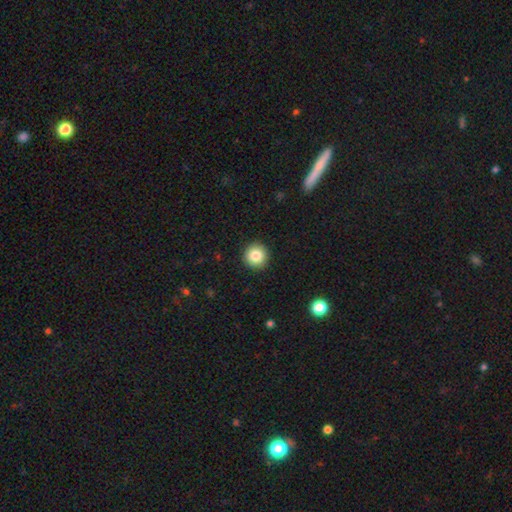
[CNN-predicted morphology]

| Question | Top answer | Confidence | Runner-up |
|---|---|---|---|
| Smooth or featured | smooth | 85% | star or artifact (9%) |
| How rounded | round | 95% | in between (4%) |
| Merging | none | 93% | minor disturbance (5%) |